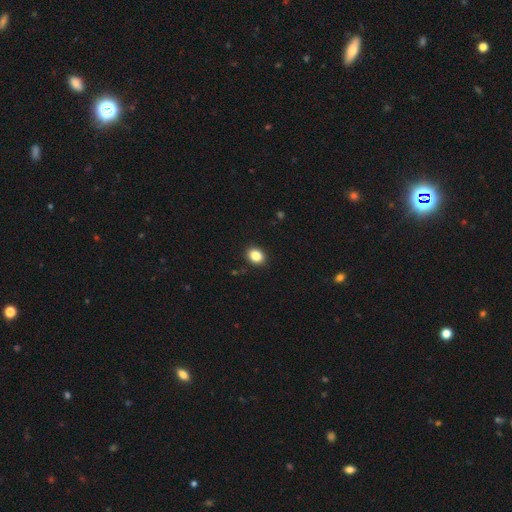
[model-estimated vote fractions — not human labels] smooth-or-featured: smooth: 86% | star or artifact: 10% | featured or disk: 5%
  how-rounded: round: 50% | in between: 49% | cigar-shaped: 1%
  merging: none: 90% | minor disturbance: 7% | major disturbance: 2% | merger: 1%